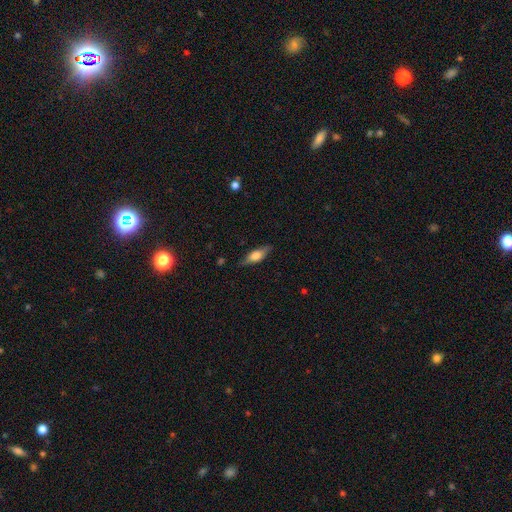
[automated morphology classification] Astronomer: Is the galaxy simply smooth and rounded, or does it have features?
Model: featured or disk — 48% (runner-up: smooth, 46%).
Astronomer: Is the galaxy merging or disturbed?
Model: none — 81%.